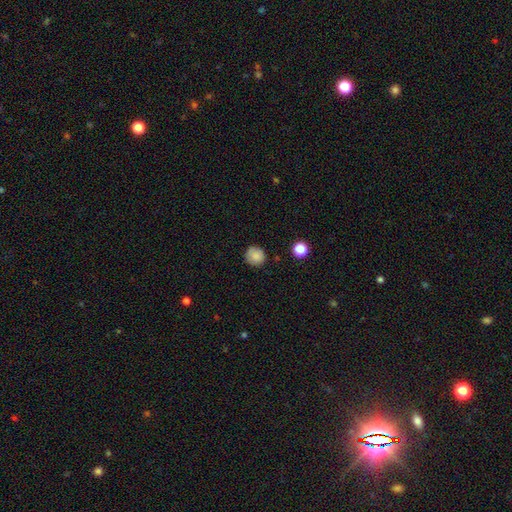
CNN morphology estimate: type=smooth (84%); roundness=round (92%); merging=none (84%).